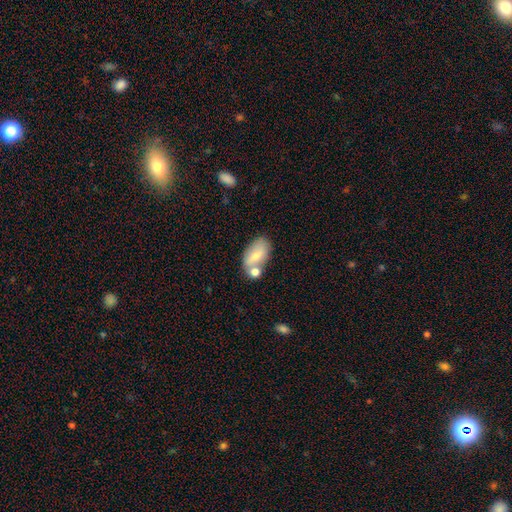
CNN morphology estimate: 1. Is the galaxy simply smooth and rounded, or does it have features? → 69% smooth, 24% featured or disk, 7% star or artifact.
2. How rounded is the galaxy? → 91% in between, 6% round, 3% cigar-shaped.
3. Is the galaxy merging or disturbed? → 46% none, 31% merger, 17% minor disturbance, 6% major disturbance.